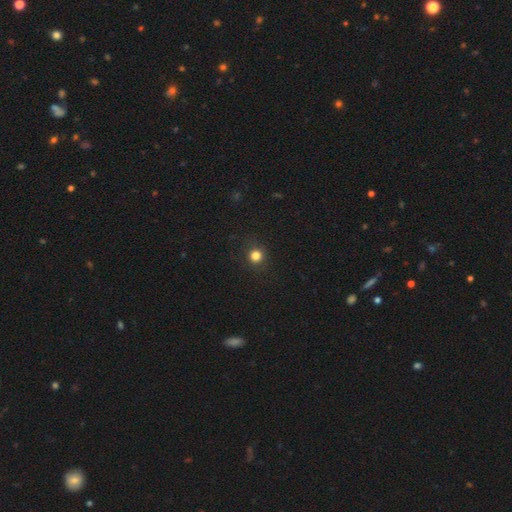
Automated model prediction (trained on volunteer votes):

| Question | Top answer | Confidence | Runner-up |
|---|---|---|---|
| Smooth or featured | smooth | 82% | star or artifact (14%) |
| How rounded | round | 93% | in between (7%) |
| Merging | none | 90% | minor disturbance (7%) |